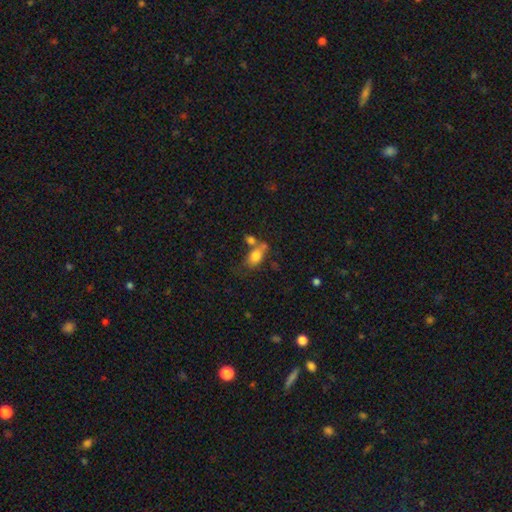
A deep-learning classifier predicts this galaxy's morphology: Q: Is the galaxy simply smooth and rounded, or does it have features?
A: smooth — 75%.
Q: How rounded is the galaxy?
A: in between — 80%.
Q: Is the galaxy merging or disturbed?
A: merger — 35%.